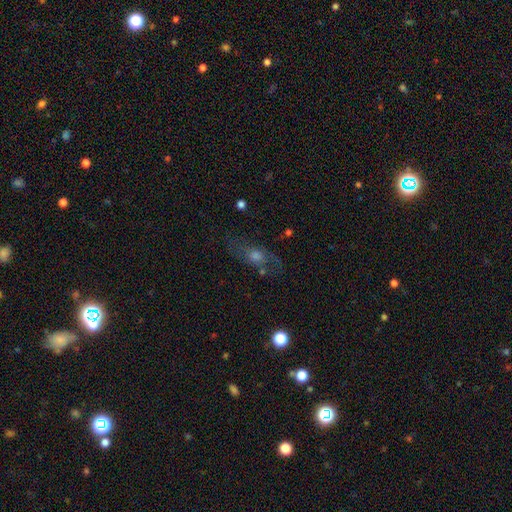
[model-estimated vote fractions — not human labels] Morphology: type=featured or disk (50%); merging=none (68%).